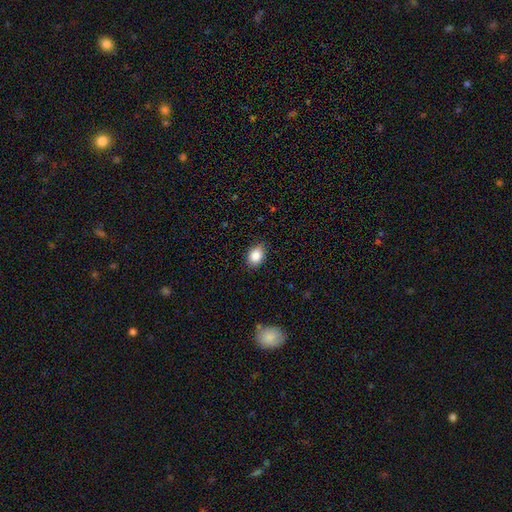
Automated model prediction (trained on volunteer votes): Overall: smooth (87%). How rounded: in between (69%; round 30%). Merging: none (83%).